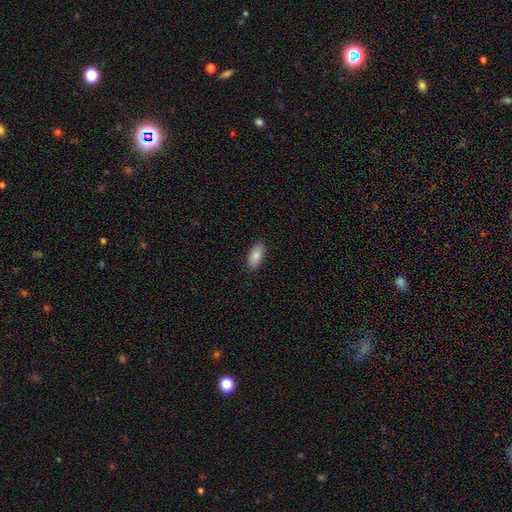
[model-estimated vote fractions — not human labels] This appears to be a smooth galaxy with no disk features (86%) that is in between round and cigar-shaped (92%). Merging: none (88%).